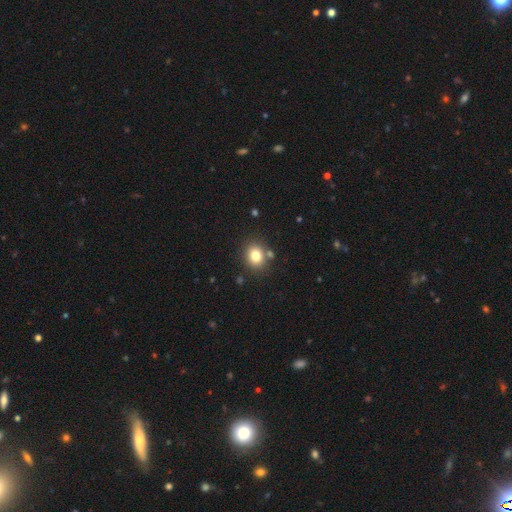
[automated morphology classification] The model was most divided on "how rounded": round: 66%, in between: 33%, cigar-shaped: 1%. More confident: merging — none (80%); smooth or featured — smooth (80%).